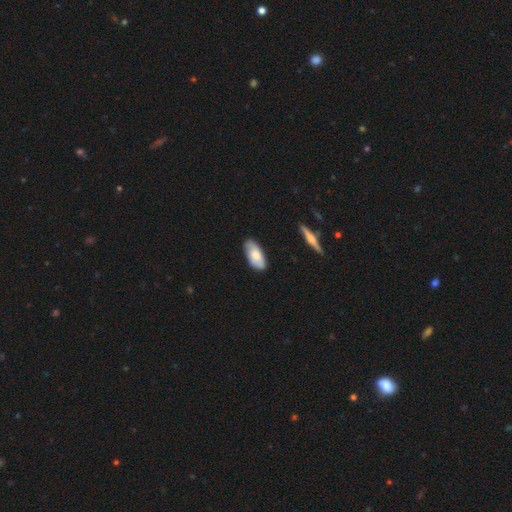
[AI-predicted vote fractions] smooth_or_featured: smooth (p=0.74) [alt: featured or disk p=0.20]
how_rounded: in between (p=0.90) [alt: cigar-shaped p=0.08]
merging: none (p=0.79) [alt: minor disturbance p=0.17]